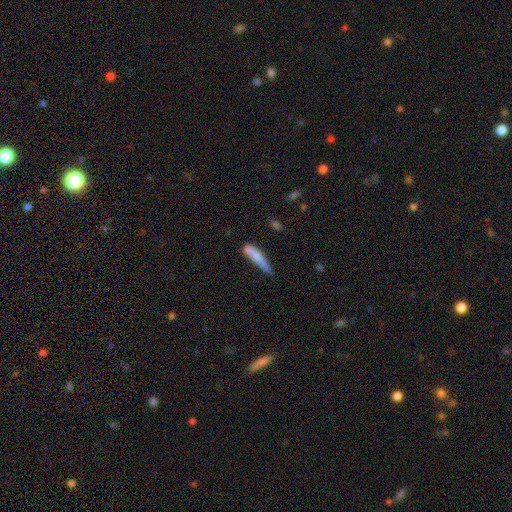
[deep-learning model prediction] A smooth galaxy with no disk features (74%) that is cigar-shaped (85%).

Vote fractions:
- Smooth or featured? smooth: 74% / featured or disk: 19% / star or artifact: 7%
- How rounded? cigar-shaped: 85% / in between: 14% / round: 2%
- Merging? none: 44% / minor disturbance: 36% / major disturbance: 12% / merger: 8%